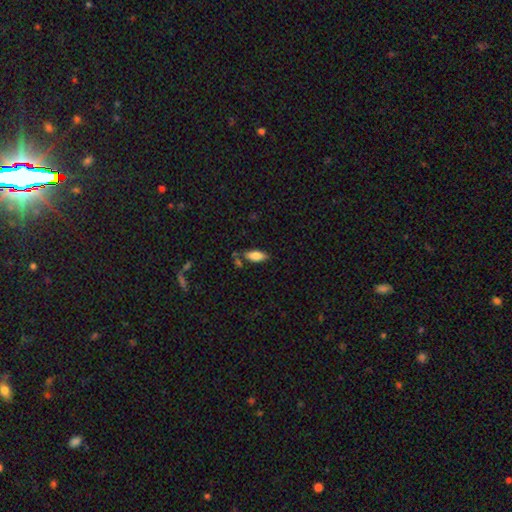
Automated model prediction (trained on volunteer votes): The model was most divided on "merging": none: 69%, minor disturbance: 17%, merger: 9%, major disturbance: 4%. More confident: how rounded — in between (82%); smooth or featured — smooth (80%).